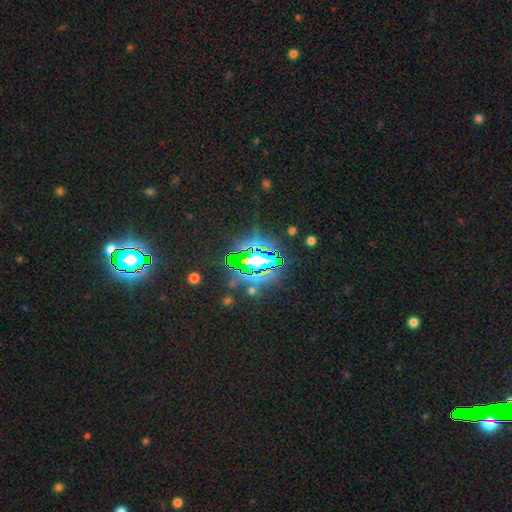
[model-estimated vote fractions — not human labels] Smooth or featured? star or artifact (75%)